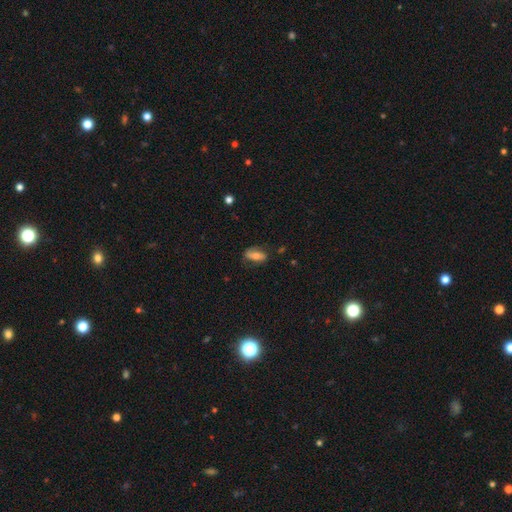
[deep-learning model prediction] Smooth or featured? Predicted: smooth (p=0.57). How rounded? Predicted: in between (p=0.83). Merging? Predicted: none (p=0.70).